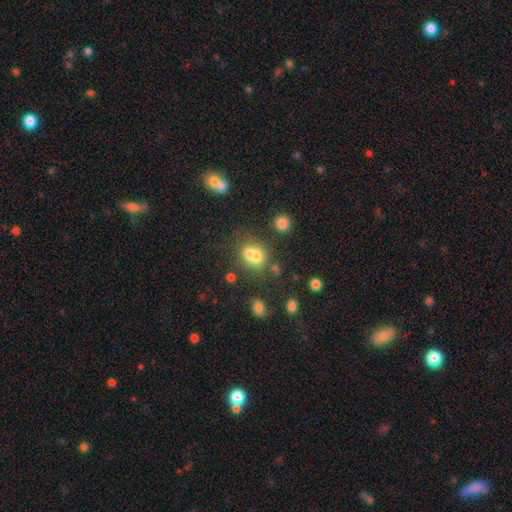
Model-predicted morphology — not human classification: Smooth or featured? Predicted: smooth (p=0.67). How rounded? Predicted: round (p=0.57). Merging? Predicted: merger (p=0.54).